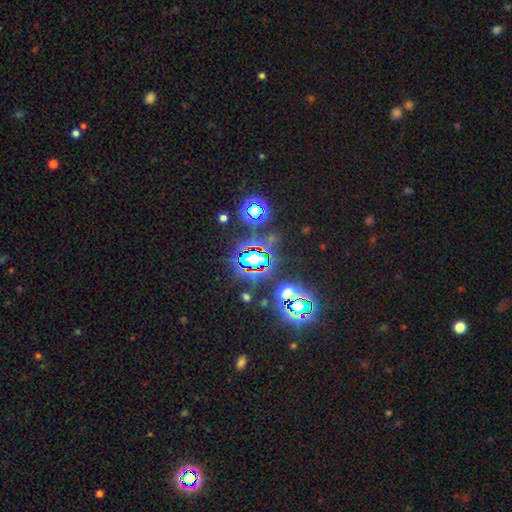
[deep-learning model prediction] A star or artifact, not a galaxy (81%).